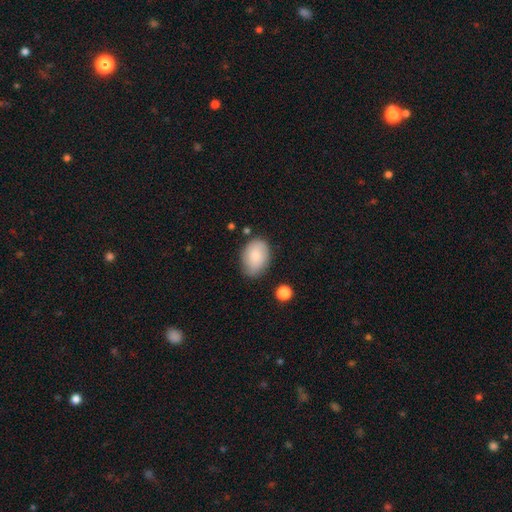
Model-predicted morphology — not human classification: Smooth or featured? Predicted: smooth (p=0.78). How rounded? Predicted: in between (p=0.76). Merging? Predicted: none (p=0.68).